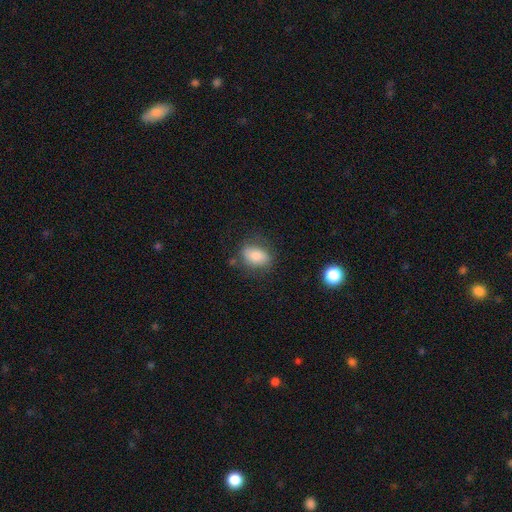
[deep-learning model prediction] This appears to be a smooth galaxy with no disk features (76%) that is in between round and cigar-shaped (83%). Merging: none (72%).